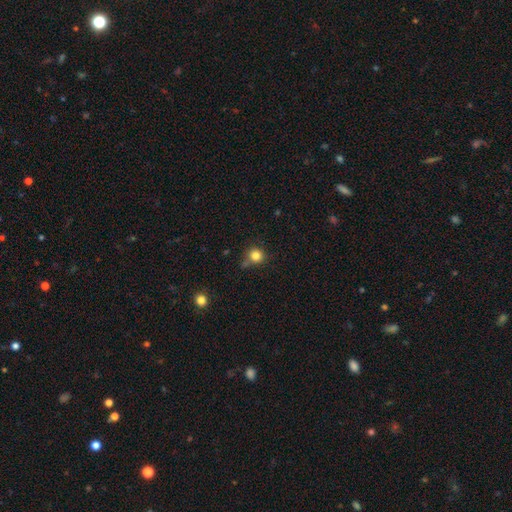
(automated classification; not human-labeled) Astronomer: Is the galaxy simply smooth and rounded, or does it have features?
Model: smooth — 82%.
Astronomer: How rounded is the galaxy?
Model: round — 91%.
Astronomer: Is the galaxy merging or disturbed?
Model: none — 72%.